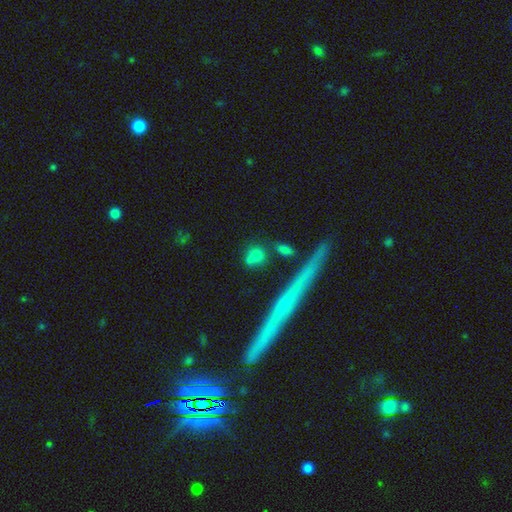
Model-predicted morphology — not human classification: smooth 74%, featured or disk 15%, star or artifact 11%. Down the decision tree: how rounded — round (60%); merging — none (63%).